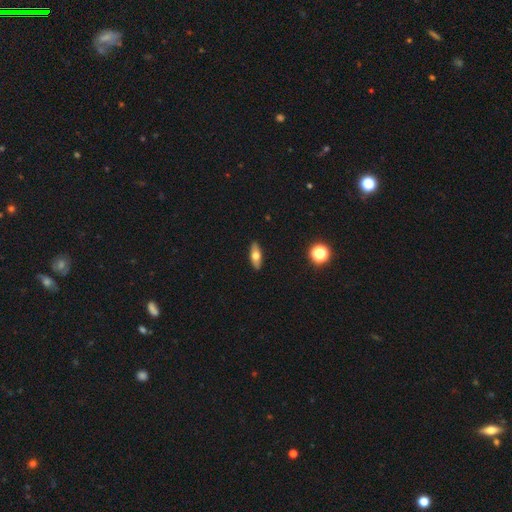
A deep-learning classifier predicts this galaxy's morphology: This appears to be a smooth galaxy with no disk features (60%) that is in between round and cigar-shaped (70%). Merging: none (90%).